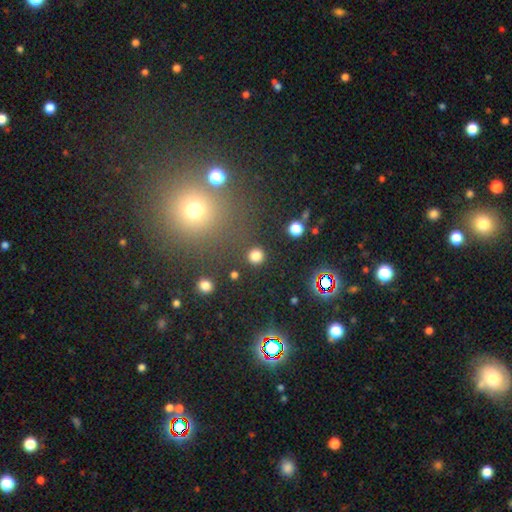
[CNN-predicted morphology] Overall: smooth (80%). How rounded: round (93%). Merging: none (90%).